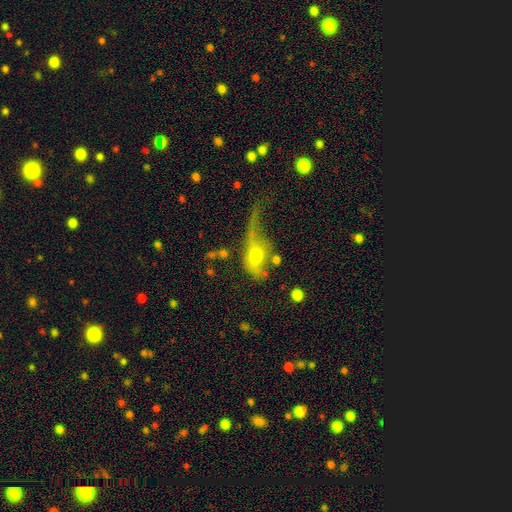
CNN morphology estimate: type=smooth (47%); merging=major disturbance (56%).